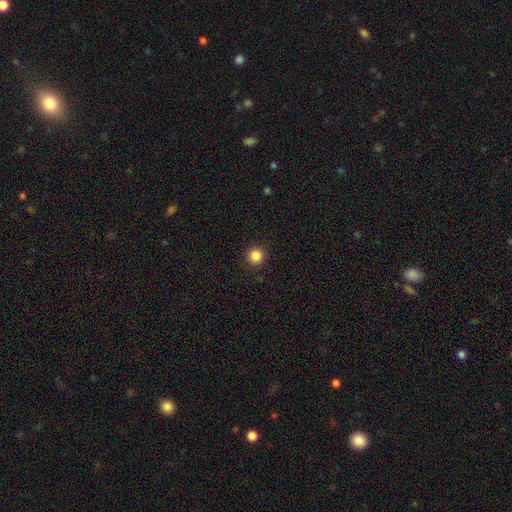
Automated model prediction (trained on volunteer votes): smooth_or_featured: smooth (p=0.85) [alt: star or artifact p=0.11]
how_rounded: round (p=0.94) [alt: in between p=0.05]
merging: none (p=0.92) [alt: minor disturbance p=0.05]